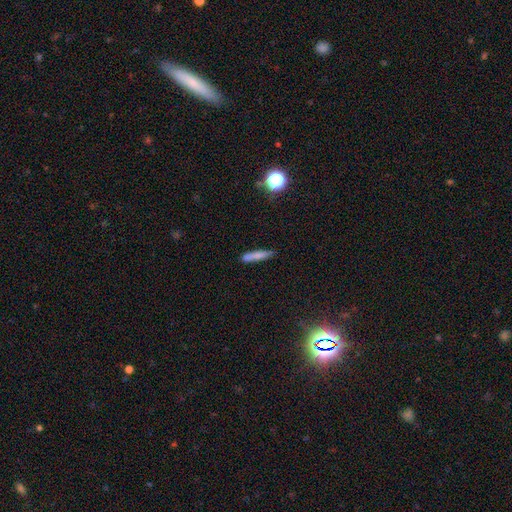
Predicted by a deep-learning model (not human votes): smooth_or_featured: smooth (p=0.76) [alt: featured or disk p=0.16]
how_rounded: cigar-shaped (p=0.90) [alt: in between p=0.08]
merging: none (p=0.81) [alt: minor disturbance p=0.13]